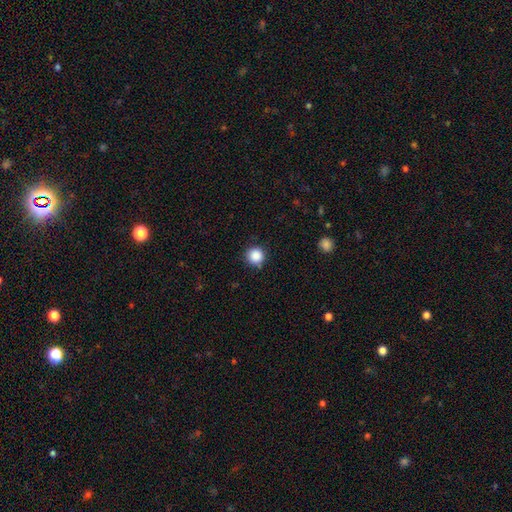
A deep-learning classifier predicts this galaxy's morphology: A smooth galaxy with no disk features (87%) that is round (95%). Merging: none (88%).